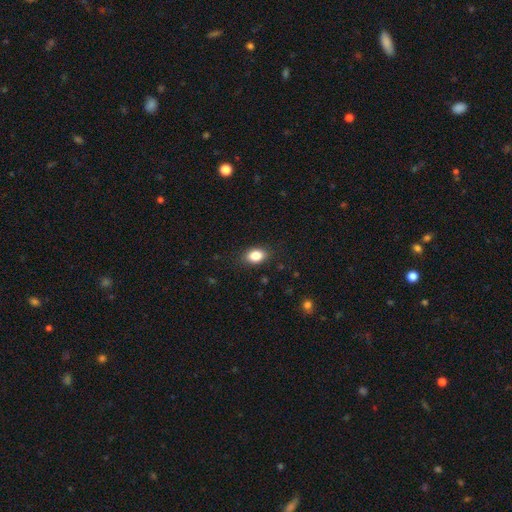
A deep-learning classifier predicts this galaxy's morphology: Smooth or featured? smooth (85%)
How rounded? in between (77%)
Merging? none (86%)